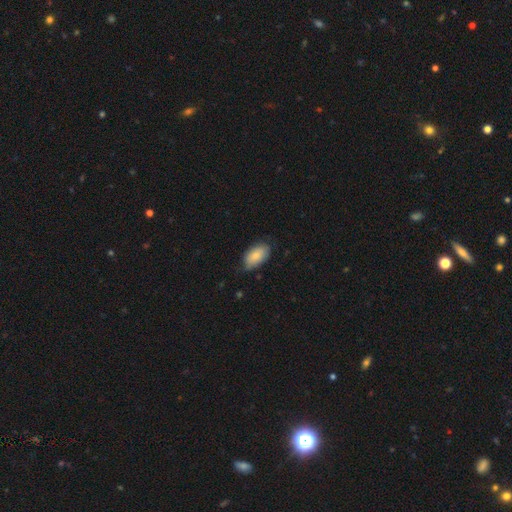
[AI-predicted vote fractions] Overall: smooth (83%). How rounded: in between (94%). Merging: none (68%).